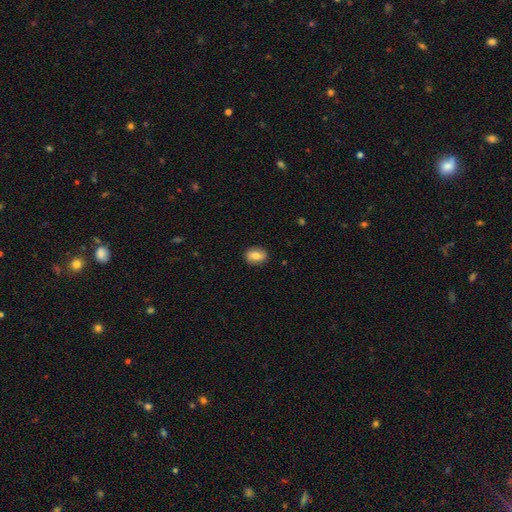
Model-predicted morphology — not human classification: A smooth galaxy with no disk features (72%) that is in between round and cigar-shaped (72%). Merging: none (86%).